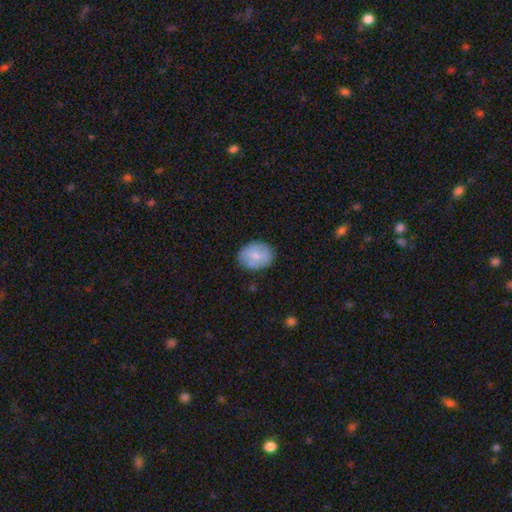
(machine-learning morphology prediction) smooth-or-featured: smooth: 69% | featured or disk: 24% | star or artifact: 7%
  how-rounded: in between: 64% | round: 35% | cigar-shaped: 1%
  merging: none: 75% | minor disturbance: 18% | major disturbance: 4% | merger: 3%